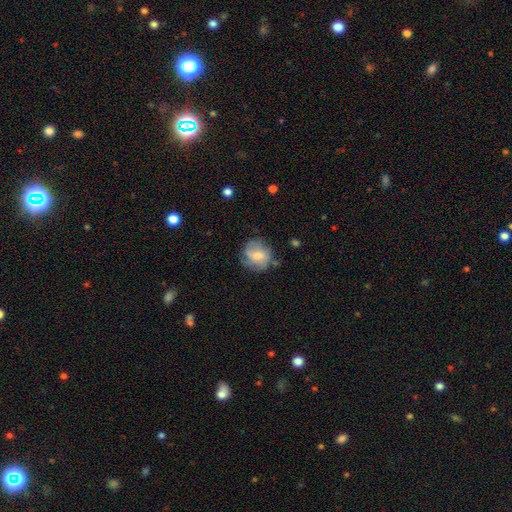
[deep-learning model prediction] Q: Smooth or featured?
A: smooth (47%); runner-up: featured or disk (44%)
Q: Merging?
A: none (72%); runner-up: minor disturbance (20%)